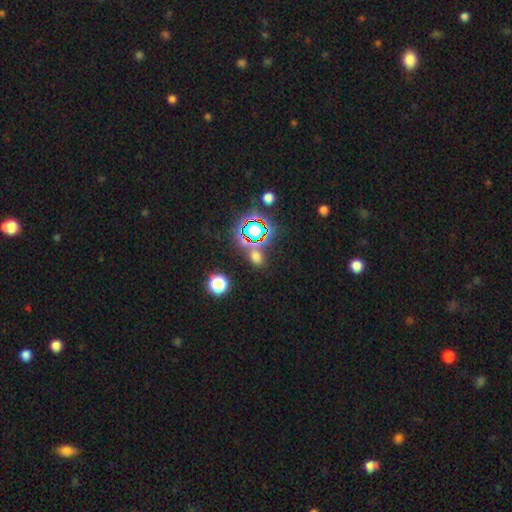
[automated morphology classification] Q: Smooth or featured?
A: smooth (51%); runner-up: star or artifact (42%)
Q: How rounded?
A: round (52%); runner-up: in between (45%)
Q: Merging?
A: none (73%); runner-up: merger (11%)